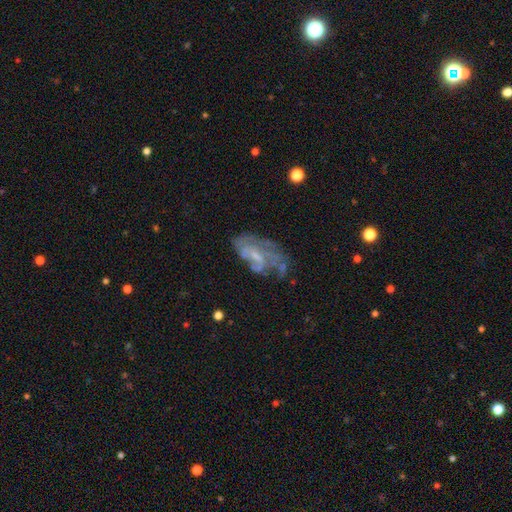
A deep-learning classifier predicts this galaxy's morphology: smooth_or_featured: featured or disk (p=0.68) [alt: smooth p=0.22]
disk_edge_on: no (p=0.95) [alt: yes p=0.05]
bar: no (p=0.59) [alt: weak p=0.34]
has_spiral_arms: yes (p=0.62) [alt: no p=0.38]
bulge_size: small (p=0.51) [alt: moderate p=0.24]
merging: none (p=0.38) [alt: major disturbance p=0.31]